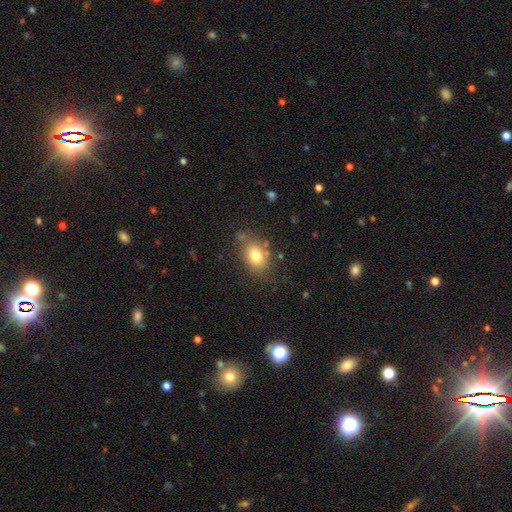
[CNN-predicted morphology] The model was most divided on "how rounded": in between: 73%, round: 26%, cigar-shaped: 1%. More confident: smooth or featured — smooth (77%); merging — none (73%).